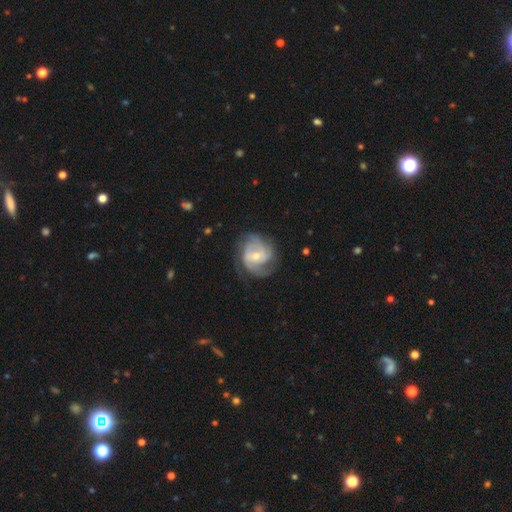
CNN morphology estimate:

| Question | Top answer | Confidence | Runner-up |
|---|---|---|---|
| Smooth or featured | featured or disk | 83% | smooth (12%) |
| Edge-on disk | no | 98% | yes (2%) |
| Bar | no | 46% | weak (43%) |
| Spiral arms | yes | 94% | no (6%) |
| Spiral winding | tight | 46% | medium (42%) |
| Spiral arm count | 2 | 37% | 3 (28%) |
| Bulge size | small | 49% | moderate (46%) |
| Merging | none | 67% | minor disturbance (20%) |